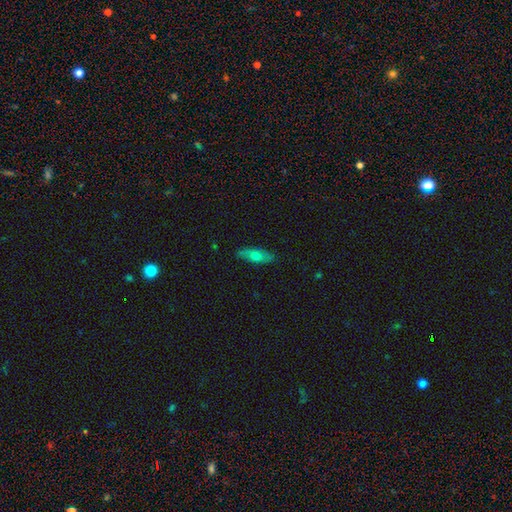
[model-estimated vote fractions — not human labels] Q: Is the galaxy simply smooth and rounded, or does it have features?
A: smooth — 58%.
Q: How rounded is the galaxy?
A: in between — 71%.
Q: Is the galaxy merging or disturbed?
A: none — 80%.